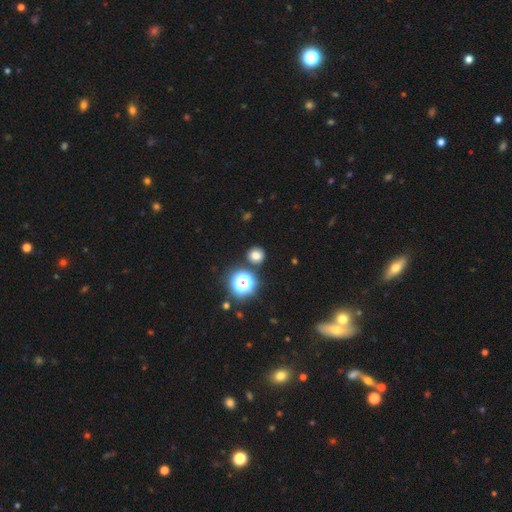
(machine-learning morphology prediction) Smooth or featured?
  - smooth: 72% *
  - star or artifact: 20%
  - featured or disk: 7%
How rounded?
  - round: 90% *
  - in between: 9%
  - cigar-shaped: 1%
Merging?
  - none: 86% *
  - minor disturbance: 7%
  - merger: 4%
  - major disturbance: 2%